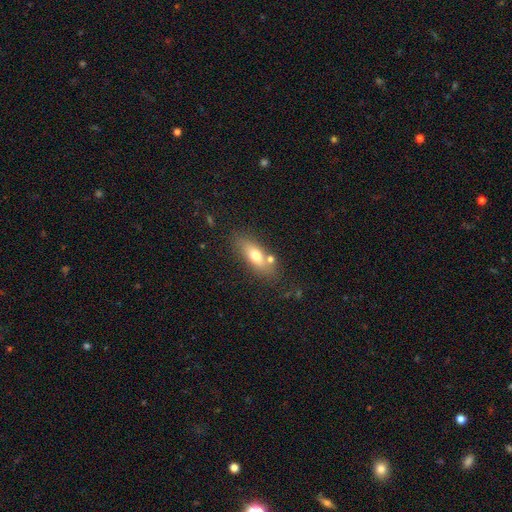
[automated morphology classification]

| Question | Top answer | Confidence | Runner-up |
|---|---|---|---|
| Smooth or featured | smooth | 67% | featured or disk (25%) |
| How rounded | in between | 69% | cigar-shaped (26%) |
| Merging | none | 69% | minor disturbance (14%) |